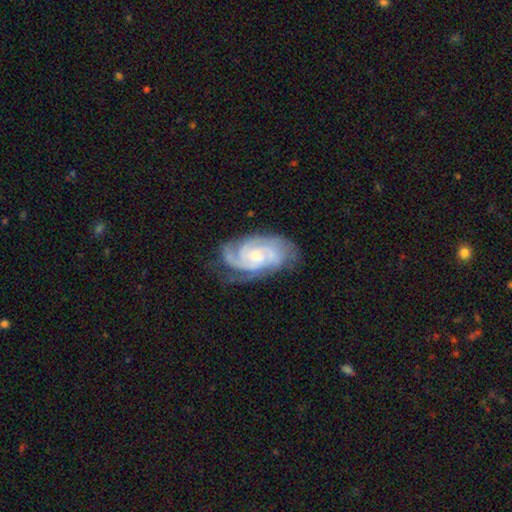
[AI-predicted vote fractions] Smooth or featured? Predicted: featured or disk (p=0.90). Edge-on disk? Predicted: no (p=0.97). Bar? Predicted: no (p=0.64). Spiral arms? Predicted: yes (p=0.98). Spiral winding? Predicted: tight (p=0.64). Spiral arm count? Predicted: 3 (p=0.48). Bulge size? Predicted: moderate (p=0.47, tied with small). Merging? Predicted: none (p=0.73).